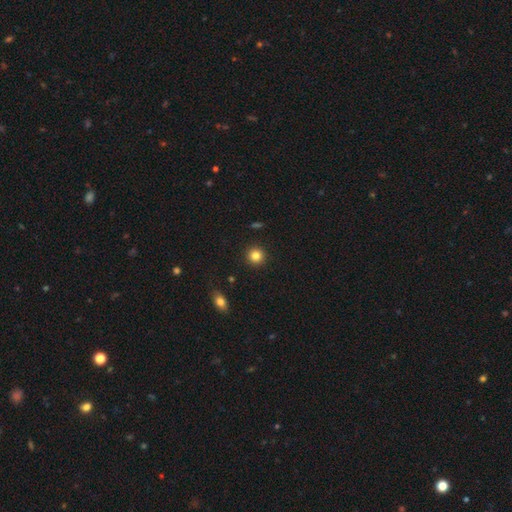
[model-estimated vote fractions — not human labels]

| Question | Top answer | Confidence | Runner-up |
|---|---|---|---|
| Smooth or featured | smooth | 83% | star or artifact (11%) |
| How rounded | round | 94% | in between (5%) |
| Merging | none | 92% | minor disturbance (5%) |